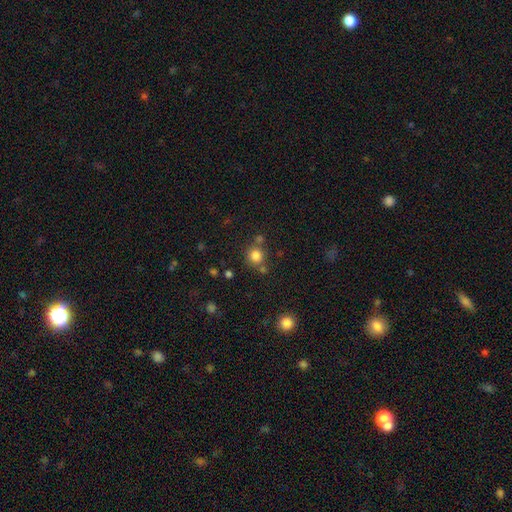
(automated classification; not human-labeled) A smooth galaxy with no disk features (81%) that is round (90%).

Vote fractions:
- Smooth or featured? smooth: 81% / star or artifact: 13% / featured or disk: 5%
- How rounded? round: 90% / in between: 9% / cigar-shaped: 1%
- Merging? none: 72% / merger: 15% / minor disturbance: 9% / major disturbance: 4%